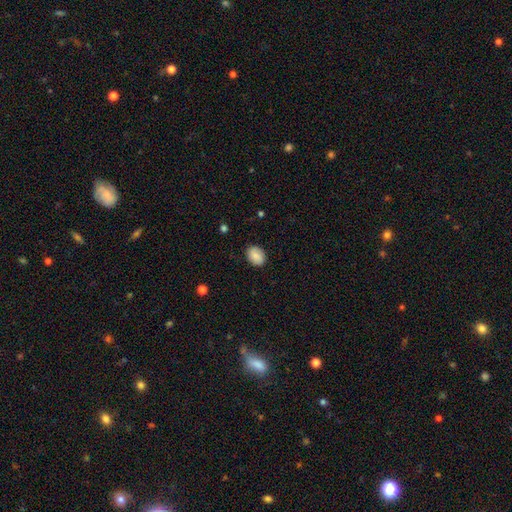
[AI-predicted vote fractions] smooth_or_featured: smooth (p=0.87) [alt: star or artifact p=0.07]
how_rounded: in between (p=0.71) [alt: round p=0.28]
merging: none (p=0.86) [alt: minor disturbance p=0.10]